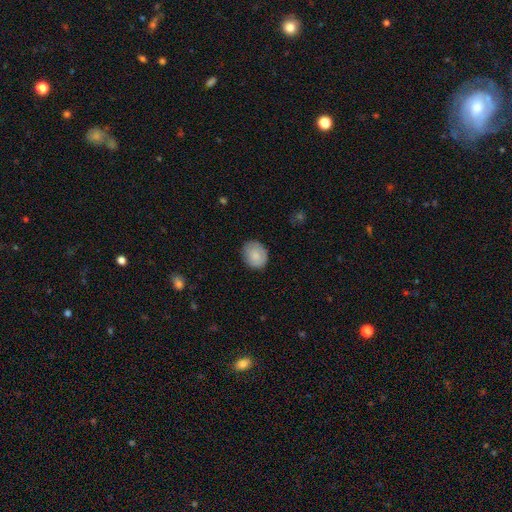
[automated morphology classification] A smooth galaxy with no disk features (84%) that is round (59%).

Vote fractions:
- Smooth or featured? smooth: 84% / featured or disk: 9% / star or artifact: 7%
- How rounded? round: 59% / in between: 41% / cigar-shaped: 1%
- Merging? none: 80% / minor disturbance: 16% / major disturbance: 3% / merger: 1%